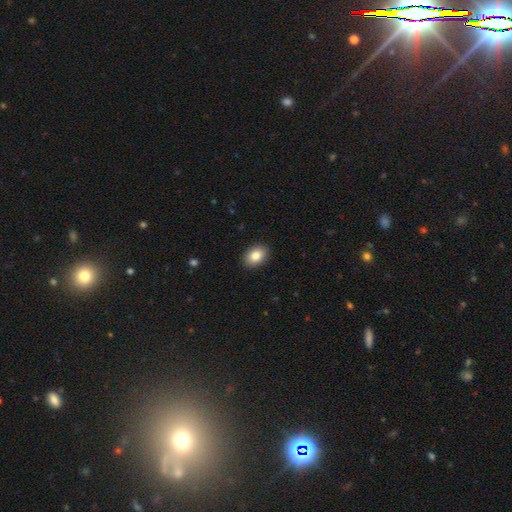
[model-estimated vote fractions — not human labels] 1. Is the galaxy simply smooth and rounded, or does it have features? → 86% smooth, 8% star or artifact, 6% featured or disk.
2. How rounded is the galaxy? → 81% in between, 18% round, 1% cigar-shaped.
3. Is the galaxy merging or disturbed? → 90% none, 7% minor disturbance, 2% major disturbance, 1% merger.